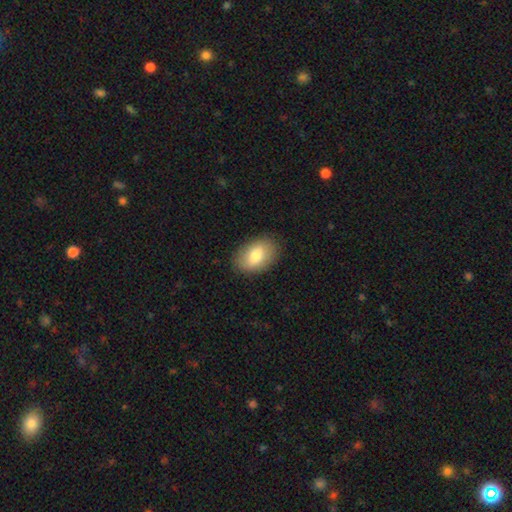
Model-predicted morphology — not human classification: The model was most divided on "smooth or featured": smooth: 79%, featured or disk: 14%, star or artifact: 7%. More confident: merging — none (87%); how rounded — in between (87%).